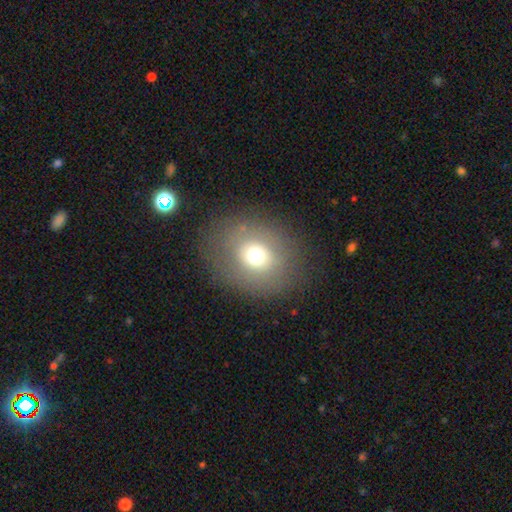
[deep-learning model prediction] A smooth galaxy with no disk features (65%) that is round (70%).

Vote fractions:
- Smooth or featured? smooth: 65% / featured or disk: 20% / star or artifact: 16%
- How rounded? round: 70% / in between: 29% / cigar-shaped: 1%
- Merging? none: 81% / minor disturbance: 11% / major disturbance: 7% / merger: 1%